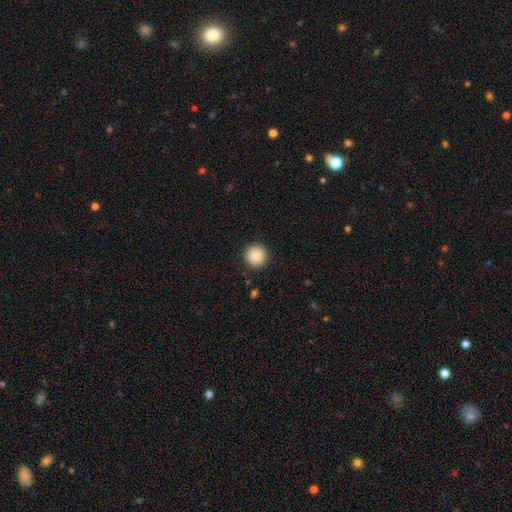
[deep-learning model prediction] Smooth or featured: smooth — 86% (star or artifact — 9%)
How rounded: round — 96% (in between — 3%)
Merging: none — 92% (minor disturbance — 5%)